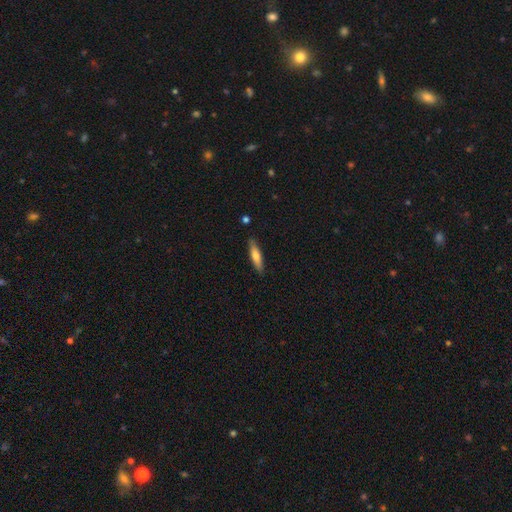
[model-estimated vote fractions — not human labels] Smooth or featured: smooth — 68% (featured or disk — 27%)
How rounded: cigar-shaped — 78% (in between — 21%)
Merging: none — 86% (minor disturbance — 10%)